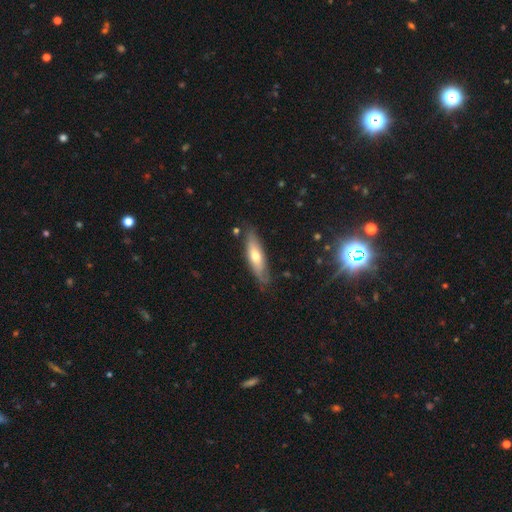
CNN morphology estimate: Smooth or featured? smooth (54%)
How rounded? cigar-shaped (56%)
Merging? none (75%)